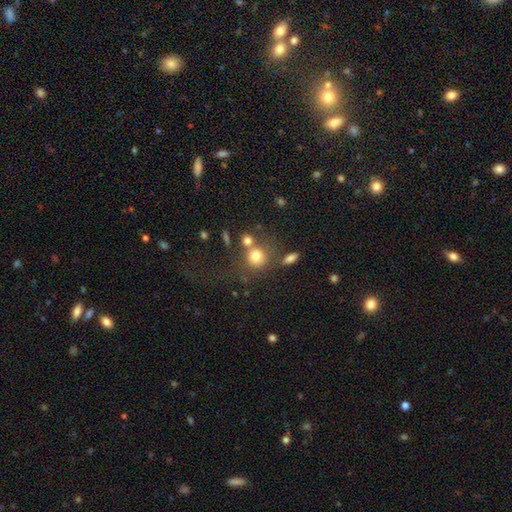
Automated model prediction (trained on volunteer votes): The model was most divided on "merging": none: 57%, merger: 24%, minor disturbance: 12%, major disturbance: 7%. More confident: how rounded — round (85%); smooth or featured — smooth (76%).